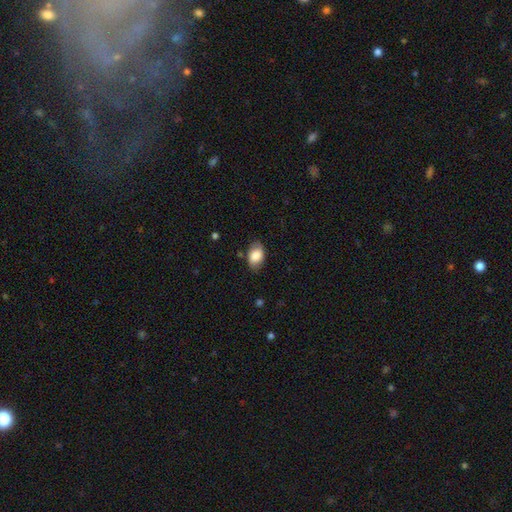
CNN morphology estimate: Smooth or featured? smooth (79%)
How rounded? in between (86%)
Merging? none (76%)